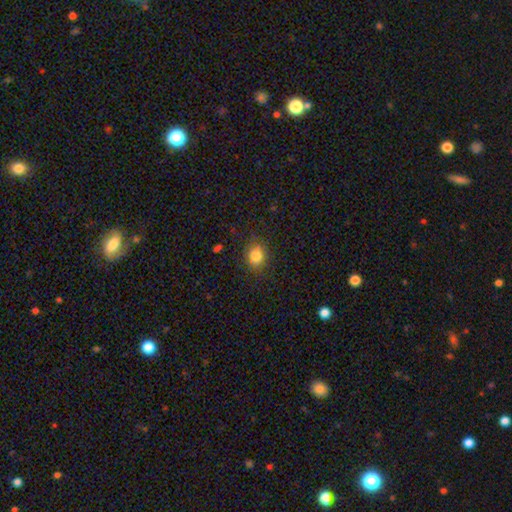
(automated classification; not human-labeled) The model was most divided on "how rounded": round: 70%, in between: 29%, cigar-shaped: 1%. More confident: merging — none (83%); smooth or featured — smooth (82%).